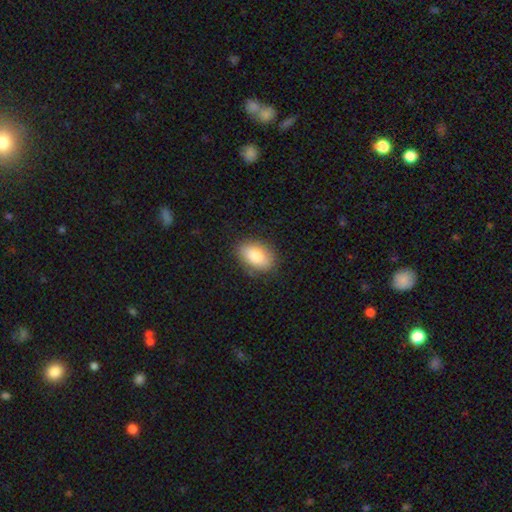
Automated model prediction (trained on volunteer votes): The model was most divided on "merging": none: 83%, minor disturbance: 13%, major disturbance: 3%, merger: 1%. More confident: how rounded — in between (88%); smooth or featured — smooth (82%).